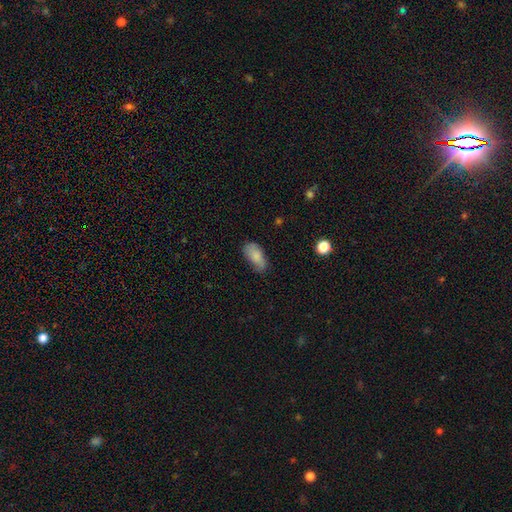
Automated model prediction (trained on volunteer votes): Overall: smooth (82%). How rounded: in between (92%). Merging: none (60%; minor disturbance 31%).